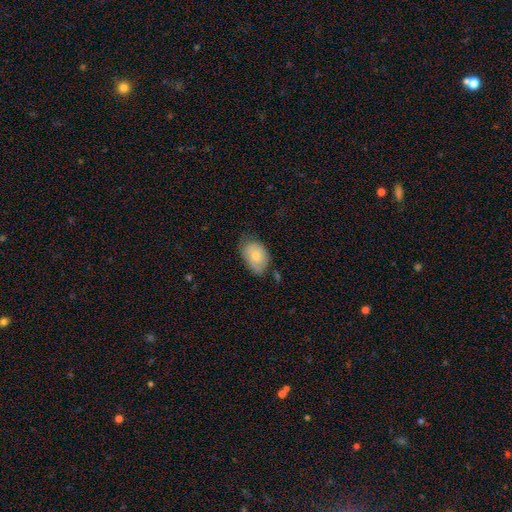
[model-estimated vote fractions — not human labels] smooth_or_featured: smooth (p=0.65) [alt: featured or disk p=0.28]
how_rounded: in between (p=0.85) [alt: round p=0.14]
merging: none (p=0.57) [alt: minor disturbance p=0.33]